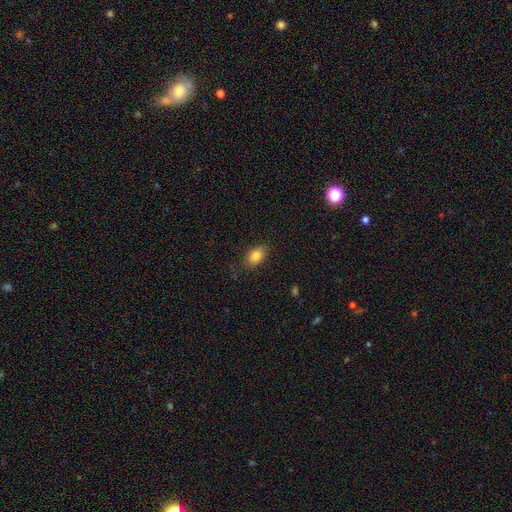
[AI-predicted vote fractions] smooth-or-featured: smooth: 85% | star or artifact: 8% | featured or disk: 7%
  how-rounded: in between: 84% | round: 14% | cigar-shaped: 2%
  merging: none: 81% | minor disturbance: 14% | major disturbance: 4% | merger: 1%